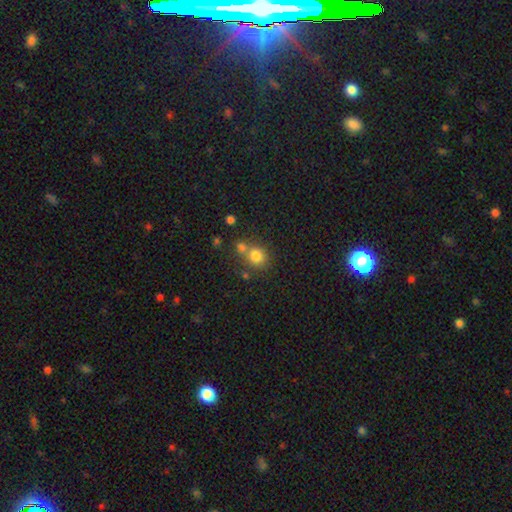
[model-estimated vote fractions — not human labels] smooth_or_featured: smooth (p=0.79) [alt: star or artifact p=0.13]
how_rounded: round (p=0.78) [alt: in between p=0.21]
merging: none (p=0.55) [alt: merger p=0.32]